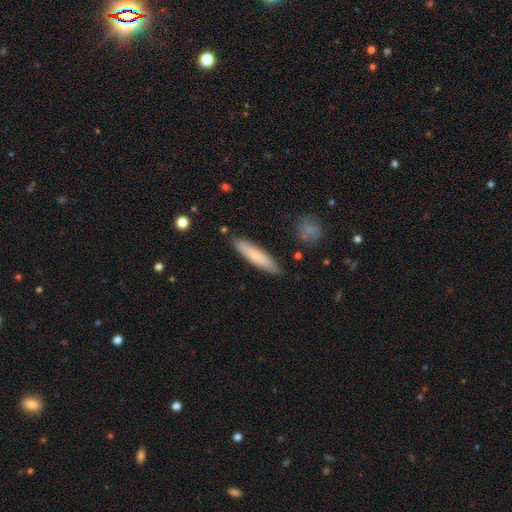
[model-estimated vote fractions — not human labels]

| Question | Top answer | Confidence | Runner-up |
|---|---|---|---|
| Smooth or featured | smooth | 74% | featured or disk (20%) |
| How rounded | cigar-shaped | 82% | in between (17%) |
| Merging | none | 86% | minor disturbance (10%) |